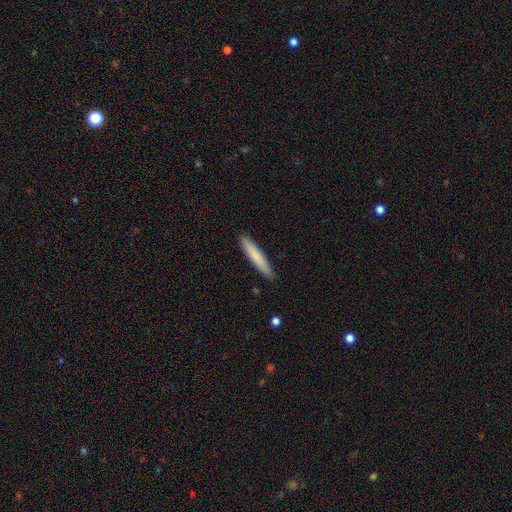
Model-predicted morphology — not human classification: The model was most divided on "smooth or featured": smooth: 77%, featured or disk: 18%, star or artifact: 6%. More confident: how rounded — cigar-shaped (93%); merging — none (90%).